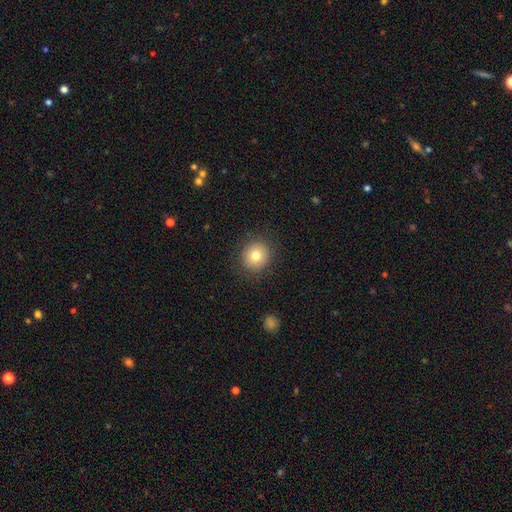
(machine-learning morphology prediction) type=smooth (79%); roundness=round (90%); merging=none (88%).